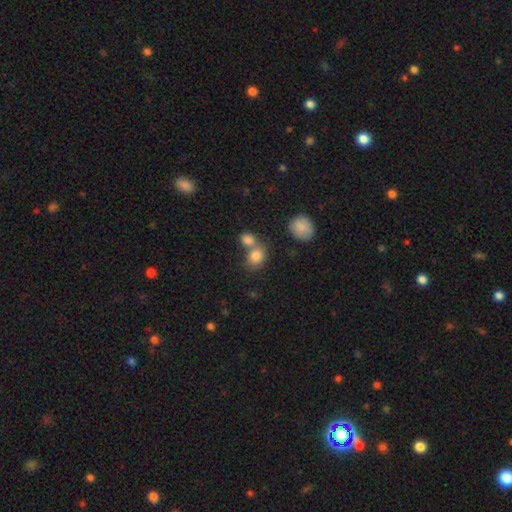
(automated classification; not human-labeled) Smooth or featured?
  - smooth: 81% *
  - star or artifact: 11%
  - featured or disk: 9%
How rounded?
  - round: 55% *
  - in between: 43%
  - cigar-shaped: 1%
Merging?
  - merger: 45% *
  - none: 42%
  - minor disturbance: 9%
  - major disturbance: 4%